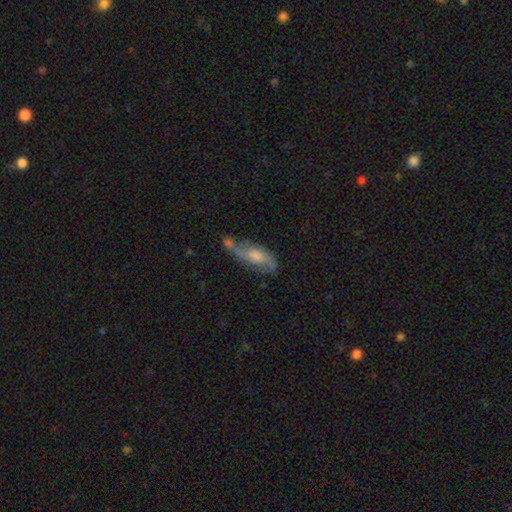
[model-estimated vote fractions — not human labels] smooth-or-featured: featured or disk: 61% | smooth: 30% | star or artifact: 9%
  disk-edge-on: no: 82% | yes: 18%
    bar: no: 62% | weak: 32% | strong: 6%
    has-spiral-arms: yes: 82% | no: 18%
    bulge-size: moderate: 45% | small: 23% | large: 18% | none: 12% | dominant: 2%
  merging: none: 40% | minor disturbance: 24% | merger: 21% | major disturbance: 15%